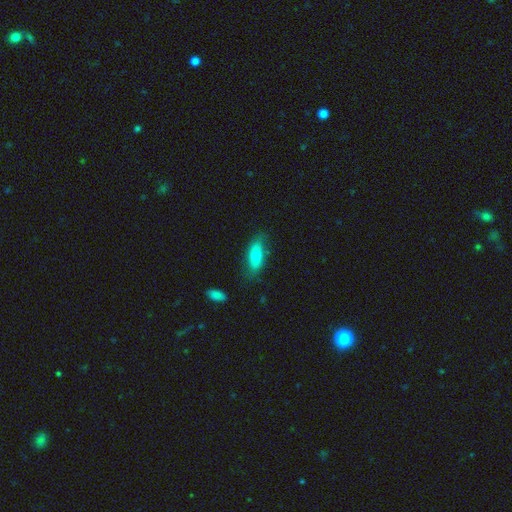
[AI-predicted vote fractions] smooth 67%, featured or disk 26%, star or artifact 7%. Down the decision tree: how rounded — in between (77%); merging — none (72%).